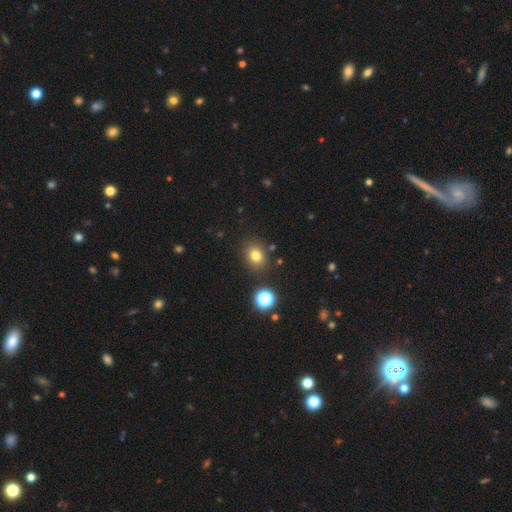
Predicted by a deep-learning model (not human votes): Smooth or featured: smooth — 79% (star or artifact — 14%)
How rounded: round — 58% (in between — 41%)
Merging: none — 83% (minor disturbance — 10%)